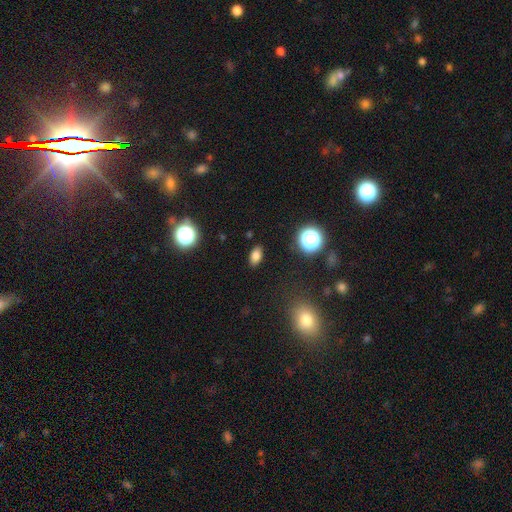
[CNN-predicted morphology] A smooth galaxy with no disk features (79%) that is in between round and cigar-shaped (87%). Merging: none (88%).